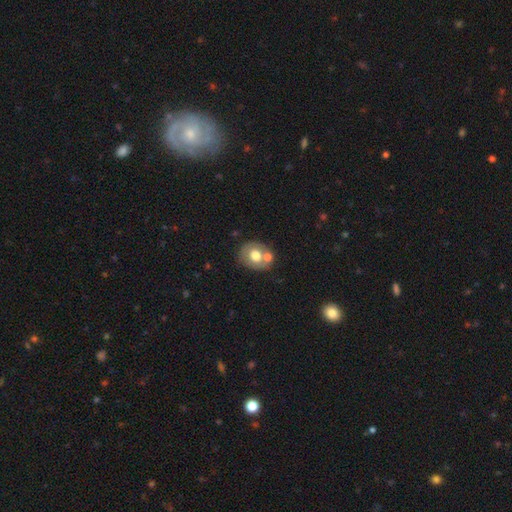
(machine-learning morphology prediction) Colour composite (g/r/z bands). It shows a smooth galaxy with no disk features (64%) that is round (67%). Merging: none (54%).